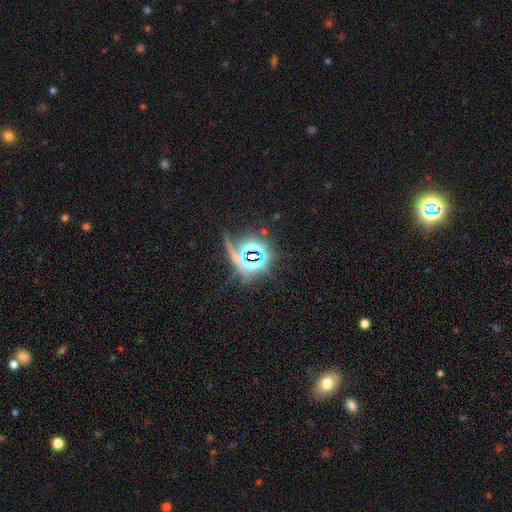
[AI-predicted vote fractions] Smooth or featured? star or artifact (73%)